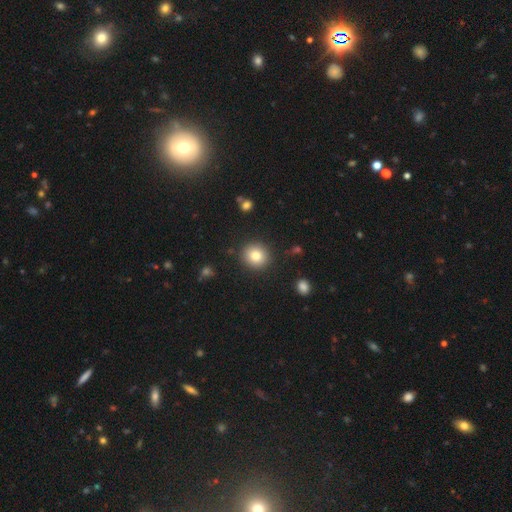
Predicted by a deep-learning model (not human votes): Smooth or featured: smooth — 80% (star or artifact — 10%)
How rounded: round — 90% (in between — 9%)
Merging: none — 89% (minor disturbance — 7%)